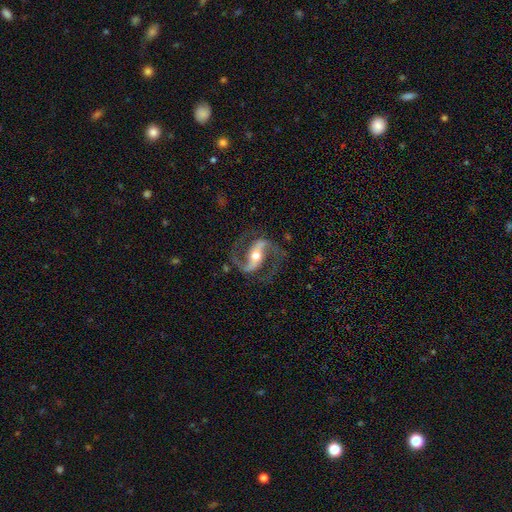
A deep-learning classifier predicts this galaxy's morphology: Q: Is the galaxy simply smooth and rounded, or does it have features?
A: featured or disk — 93%.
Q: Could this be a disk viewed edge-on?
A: no — 97%.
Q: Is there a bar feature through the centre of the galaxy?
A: strong — 54%.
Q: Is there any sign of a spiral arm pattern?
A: yes — 98%.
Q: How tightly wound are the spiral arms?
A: medium — 56%.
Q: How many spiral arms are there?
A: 2 — 94%.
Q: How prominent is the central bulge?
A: moderate — 66%.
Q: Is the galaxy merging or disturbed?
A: none — 80%.